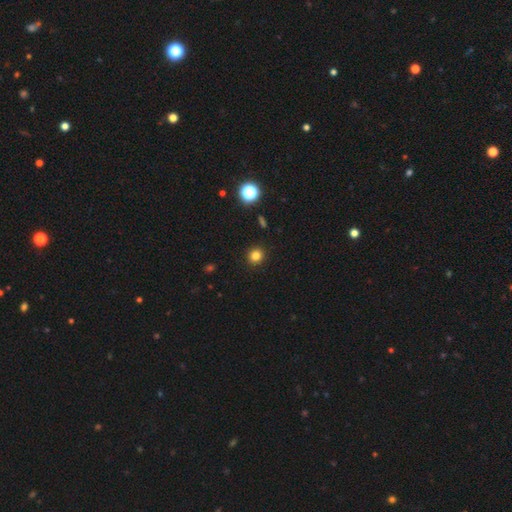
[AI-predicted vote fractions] Q: Smooth or featured?
A: smooth (82%); runner-up: star or artifact (13%)
Q: How rounded?
A: round (90%); runner-up: in between (9%)
Q: Merging?
A: none (92%); runner-up: minor disturbance (5%)